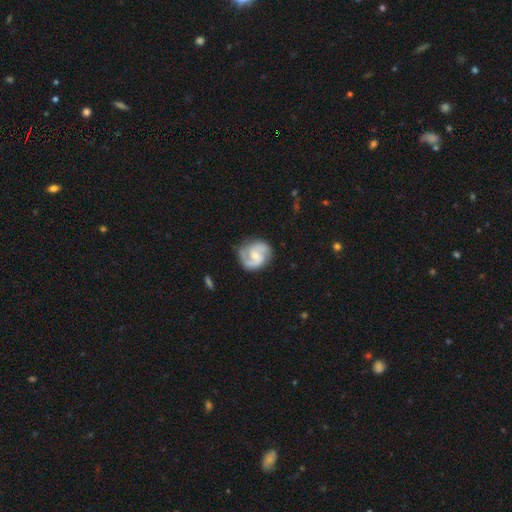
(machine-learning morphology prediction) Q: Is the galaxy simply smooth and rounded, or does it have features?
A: featured or disk — 83%.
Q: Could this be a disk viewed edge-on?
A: no — 98%.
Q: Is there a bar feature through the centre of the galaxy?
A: weak — 47%.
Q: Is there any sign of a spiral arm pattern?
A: yes — 96%.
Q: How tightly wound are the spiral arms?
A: medium — 52%.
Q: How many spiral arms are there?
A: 2 — 88%.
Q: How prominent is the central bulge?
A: small — 49%.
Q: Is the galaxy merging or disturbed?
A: none — 78%.